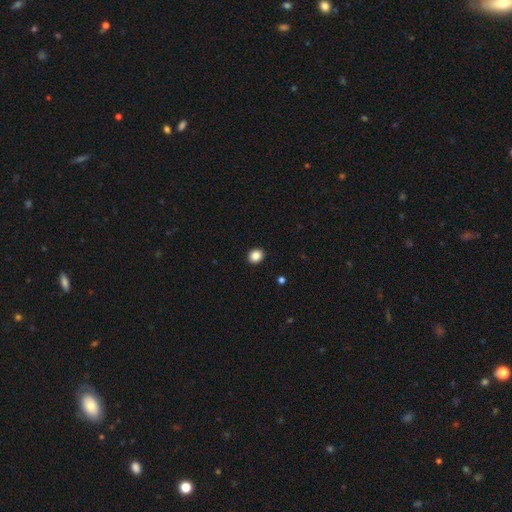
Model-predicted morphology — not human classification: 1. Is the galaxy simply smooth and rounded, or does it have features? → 86% smooth, 10% star or artifact, 4% featured or disk.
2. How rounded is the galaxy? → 69% round, 31% in between, 1% cigar-shaped.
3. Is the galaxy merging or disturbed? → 92% none, 5% minor disturbance, 2% major disturbance, 1% merger.